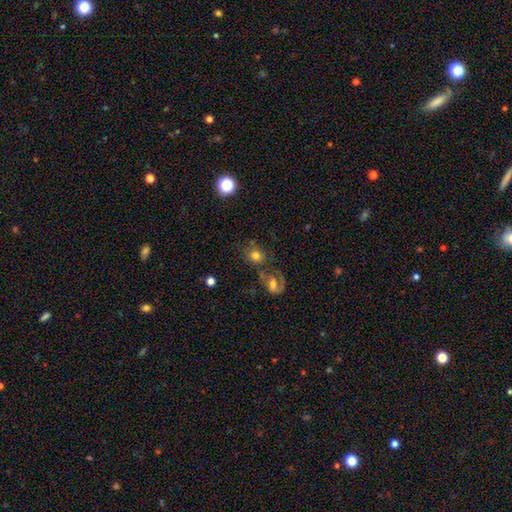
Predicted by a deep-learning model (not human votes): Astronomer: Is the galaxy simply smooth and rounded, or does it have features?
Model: smooth — 70%.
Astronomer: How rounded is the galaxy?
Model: round — 71%.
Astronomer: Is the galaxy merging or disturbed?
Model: none — 49% (runner-up: merger, 29%).